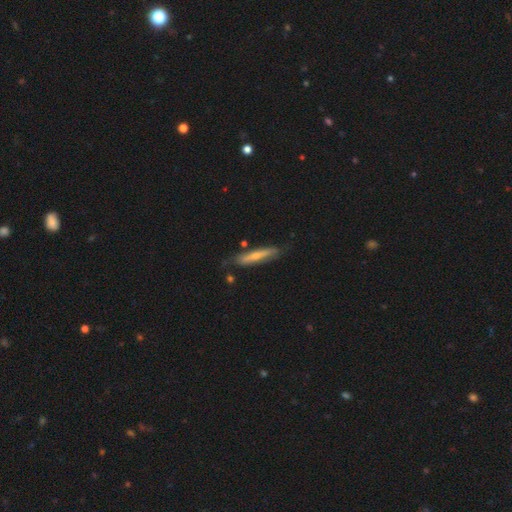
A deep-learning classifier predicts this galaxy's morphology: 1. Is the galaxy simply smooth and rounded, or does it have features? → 49% featured or disk, 46% smooth, 5% star or artifact.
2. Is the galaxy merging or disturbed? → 70% none, 21% minor disturbance, 5% major disturbance, 3% merger.